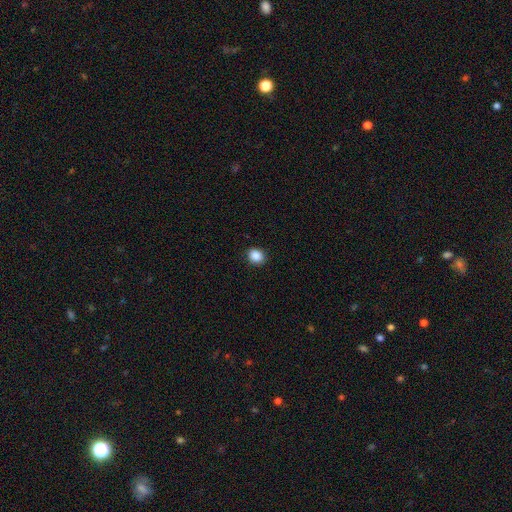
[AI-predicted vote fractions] smooth_or_featured: smooth (p=0.88) [alt: star or artifact p=0.09]
how_rounded: round (p=0.70) [alt: in between p=0.30]
merging: none (p=0.90) [alt: minor disturbance p=0.07]